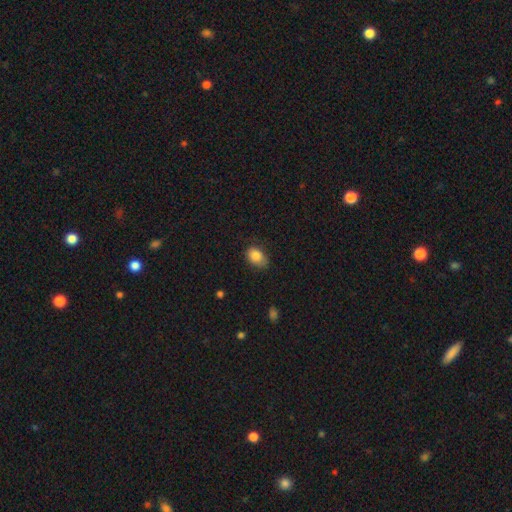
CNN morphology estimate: Smooth or featured? smooth (85%)
How rounded? in between (80%)
Merging? none (72%)